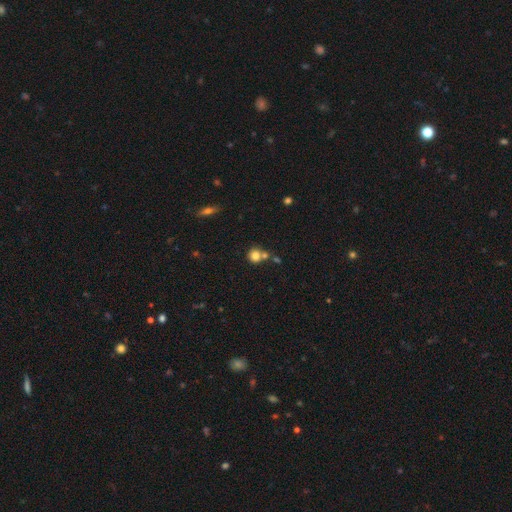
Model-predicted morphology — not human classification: smooth-or-featured: smooth: 79% | star or artifact: 11% | featured or disk: 9%
  how-rounded: round: 89% | in between: 10% | cigar-shaped: 1%
  merging: none: 54% | merger: 33% | minor disturbance: 9% | major disturbance: 4%